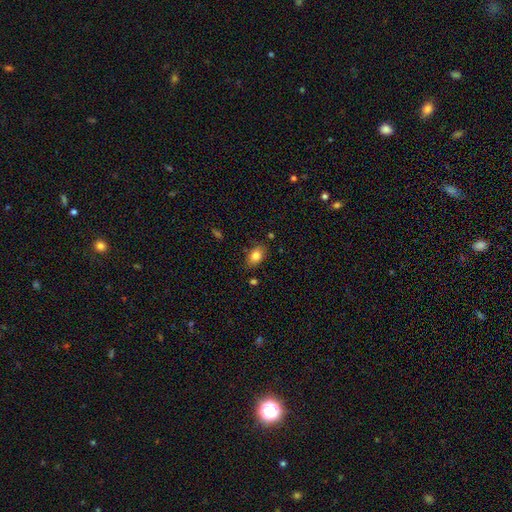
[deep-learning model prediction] This is clearly a smooth galaxy (82%). How rounded: clearly in between (82%). Merging: clearly none (80%).